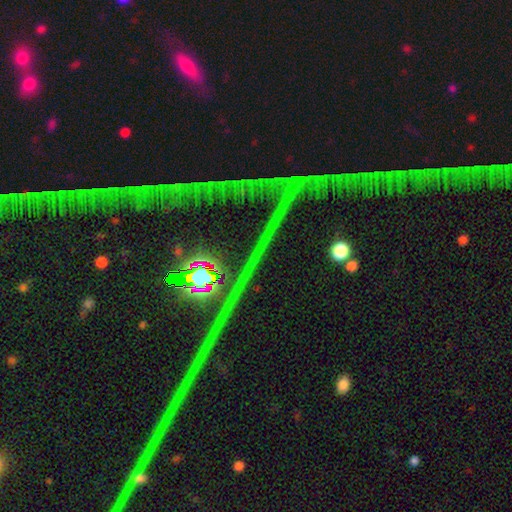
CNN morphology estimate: Smooth or featured? star or artifact (81%)